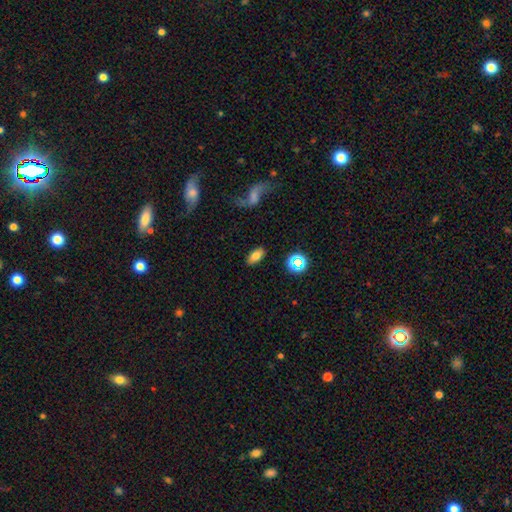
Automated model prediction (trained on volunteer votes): Morphology: type=smooth (73%); roundness=in between (89%); merging=none (86%).